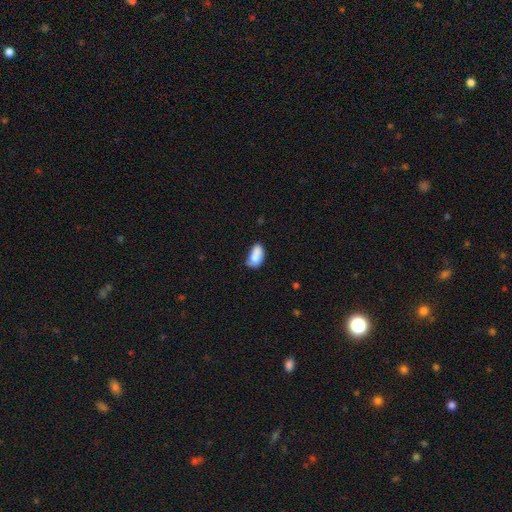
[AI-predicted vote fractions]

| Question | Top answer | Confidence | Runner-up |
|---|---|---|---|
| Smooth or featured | smooth | 78% | featured or disk (14%) |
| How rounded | in between | 92% | round (5%) |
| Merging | none | 43% | minor disturbance (34%) |